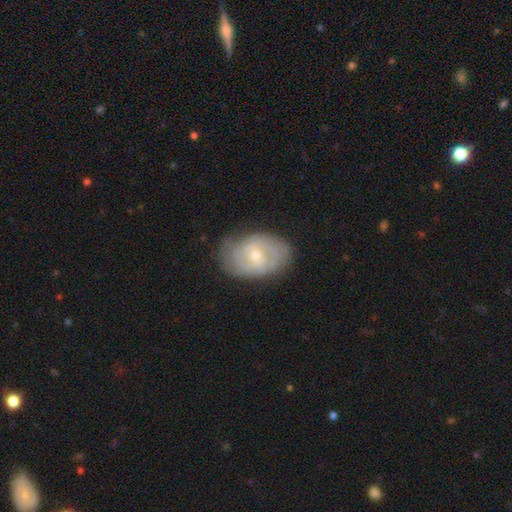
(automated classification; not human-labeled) Morphology: type=featured or disk (71%); edge-on=no (96%); bar=no (60%); spiral arms=yes (86%); winding=tight (60%); arm count=2 (47%); bulge=small (63%); merging=none (74%).